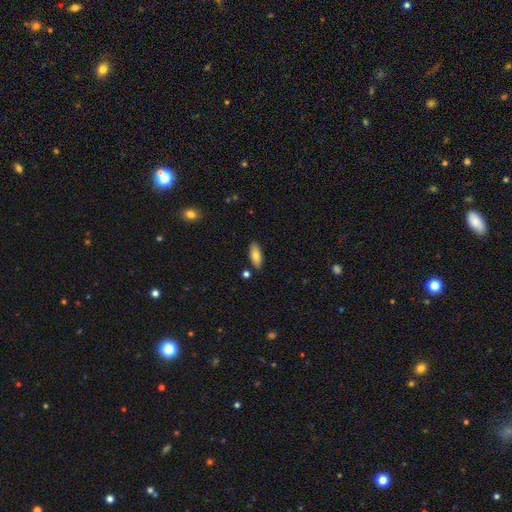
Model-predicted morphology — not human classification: smooth_or_featured: smooth (p=0.78) [alt: featured or disk p=0.15]
how_rounded: in between (p=0.80) [alt: cigar-shaped p=0.18]
merging: none (p=0.85) [alt: minor disturbance p=0.11]